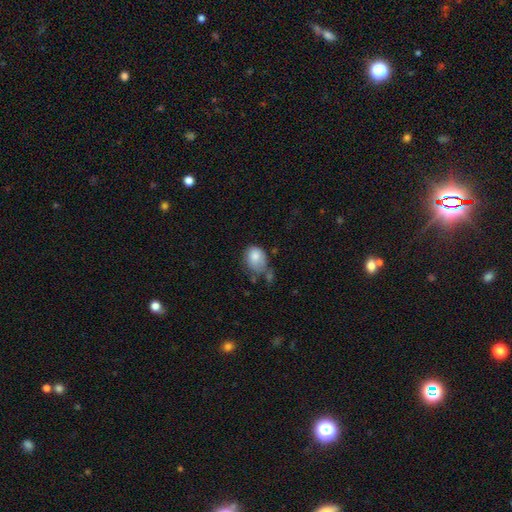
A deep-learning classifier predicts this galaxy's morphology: Q: Smooth or featured?
A: smooth (82%); runner-up: featured or disk (10%)
Q: How rounded?
A: in between (59%); runner-up: round (40%)
Q: Merging?
A: none (40%); runner-up: minor disturbance (31%)